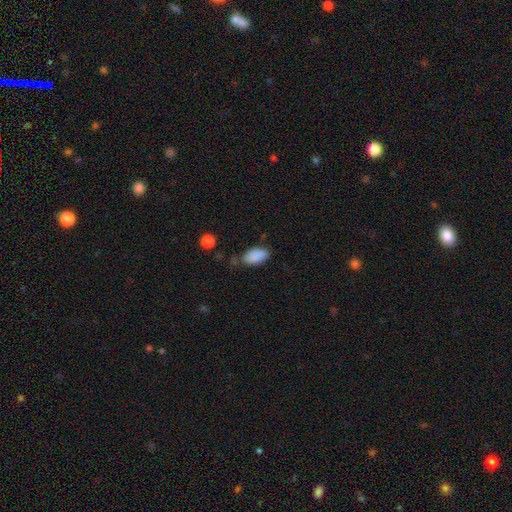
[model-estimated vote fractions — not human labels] The model was most divided on "merging": none: 66%, minor disturbance: 23%, major disturbance: 6%, merger: 5%. More confident: how rounded — in between (94%); smooth or featured — smooth (88%).